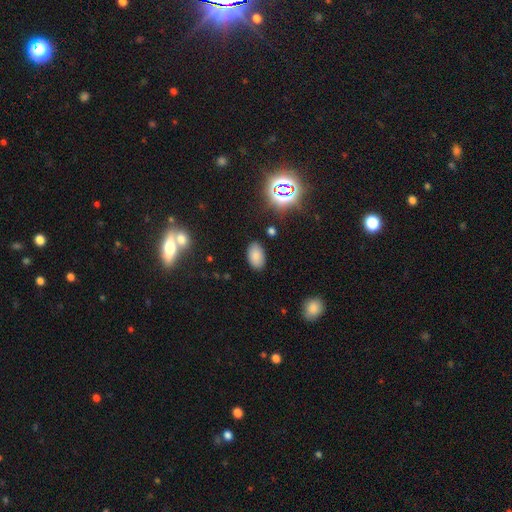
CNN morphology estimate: Smooth or featured? smooth (80%)
How rounded? in between (93%)
Merging? none (87%)